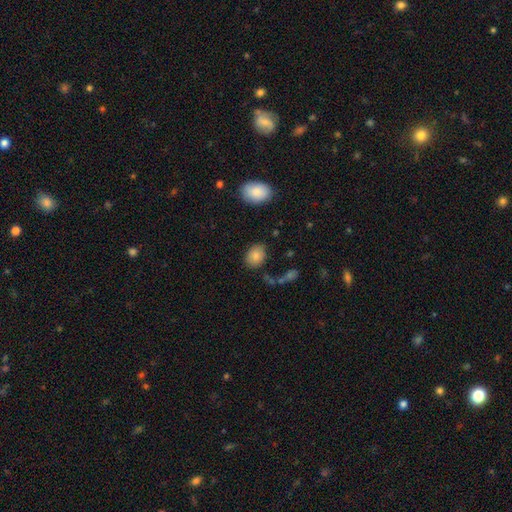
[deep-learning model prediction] Smooth or featured?
  - smooth: 83% *
  - star or artifact: 9%
  - featured or disk: 8%
How rounded?
  - in between: 70% *
  - round: 29%
  - cigar-shaped: 1%
Merging?
  - none: 80% *
  - minor disturbance: 13%
  - merger: 4%
  - major disturbance: 4%